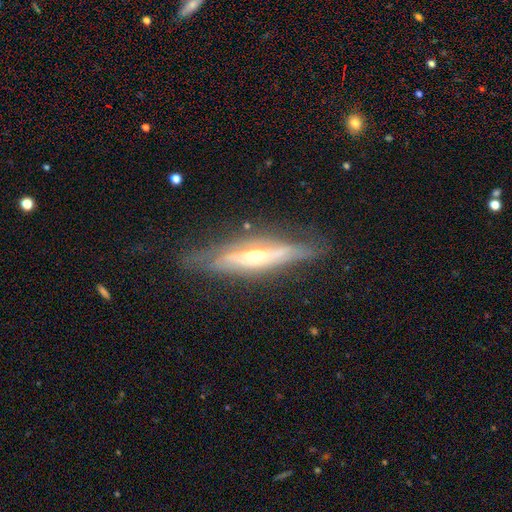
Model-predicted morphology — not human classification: This appears to be a featured or disk galaxy (75%) viewed edge-on (70%) with a rounded central bulge (83%). Merging: none (69%).